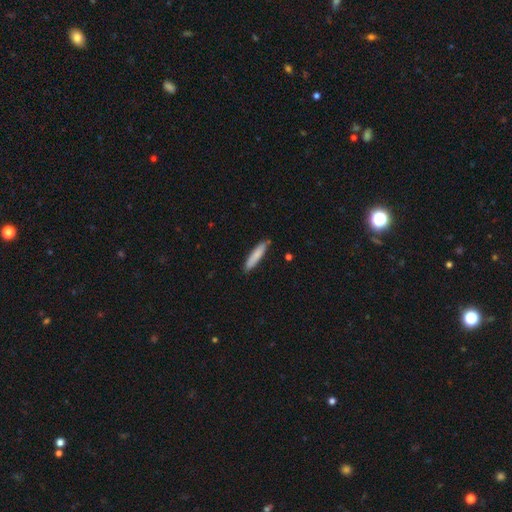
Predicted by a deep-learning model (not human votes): This is clearly a smooth galaxy (81%). How rounded: clearly cigar-shaped (87%). Merging: clearly none (82%).